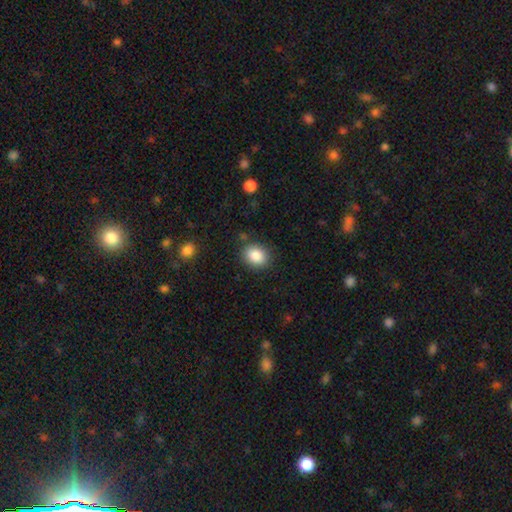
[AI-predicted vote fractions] Smooth or featured? Predicted: smooth (p=0.86). How rounded? Predicted: in between (p=0.52). Merging? Predicted: none (p=0.84).